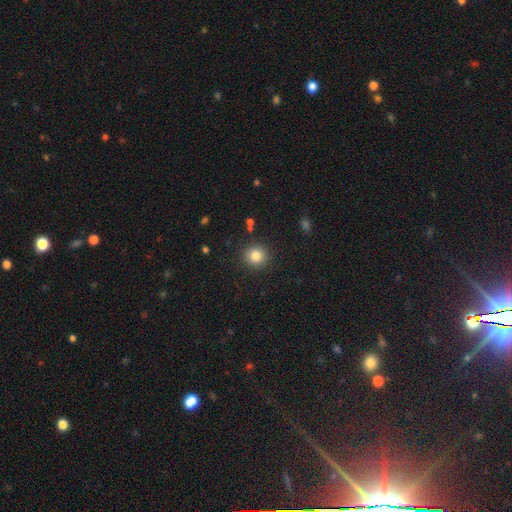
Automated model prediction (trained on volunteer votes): The model was most divided on "smooth or featured": smooth: 83%, star or artifact: 11%, featured or disk: 6%. More confident: how rounded — round (91%); merging — none (90%).